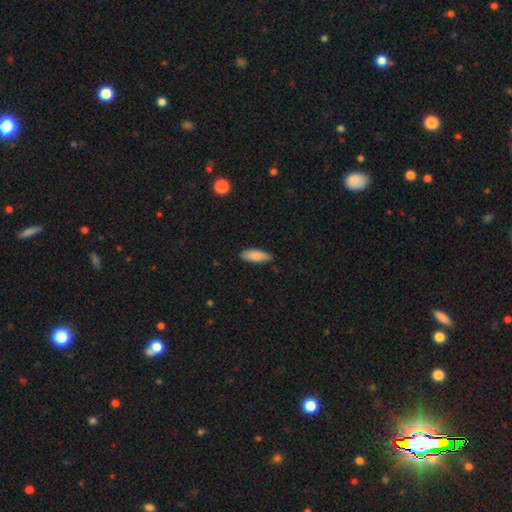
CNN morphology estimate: type=smooth (85%); roundness=in between (61%); merging=none (83%).